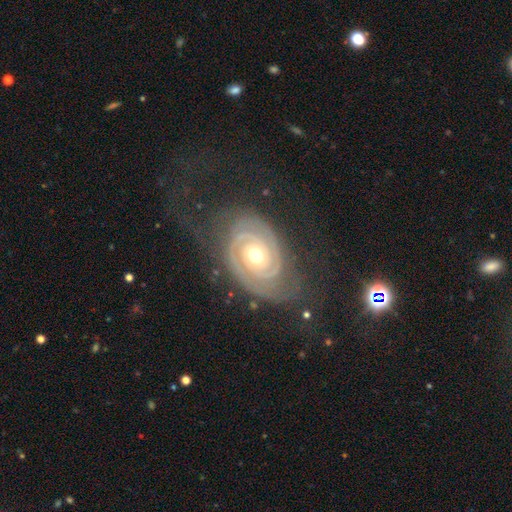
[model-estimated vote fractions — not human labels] Smooth or featured?
  - featured or disk: 90% *
  - star or artifact: 6%
  - smooth: 5%
Edge-on disk?
  - no: 97% *
  - yes: 3%
Bar?
  - no: 74% *
  - weak: 19%
  - strong: 8%
Spiral arms?
  - yes: 97% *
  - no: 3%
Spiral winding?
  - tight: 78% *
  - medium: 17%
  - loose: 4%
Spiral arm count?
  - 2: 73% *
  - can't tell: 10%
  - 3: 8%
  - 1: 4%
  - 4: 3%
  - more than 4: 3%
Bulge size?
  - moderate: 62% *
  - small: 33%
  - large: 3%
  - dominant: 1%
  - none: 1%
Merging?
  - none: 68% *
  - minor disturbance: 16%
  - major disturbance: 15%
  - merger: 2%